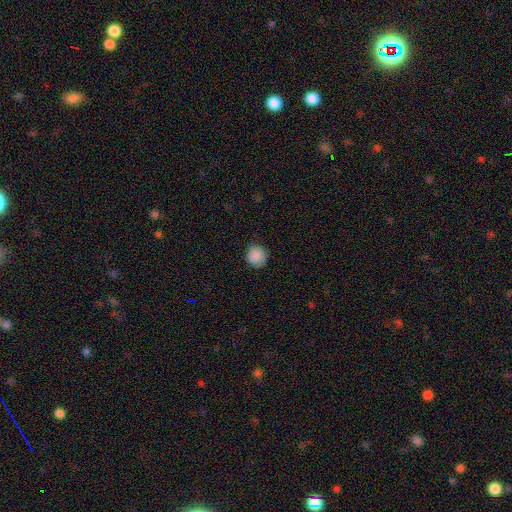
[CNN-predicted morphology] Smooth or featured? Predicted: smooth (p=0.88). How rounded? Predicted: round (p=0.88). Merging? Predicted: none (p=0.84).